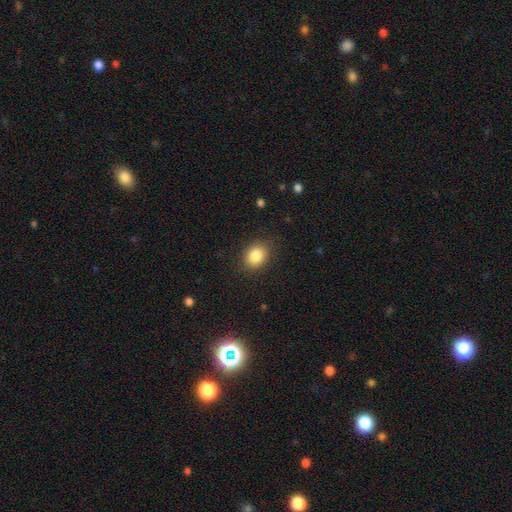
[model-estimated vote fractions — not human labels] A smooth galaxy with no disk features (85%) that is in between round and cigar-shaped (55%). Merging: none (86%).